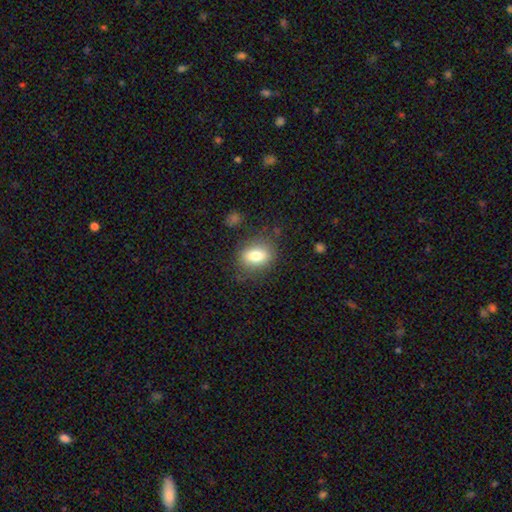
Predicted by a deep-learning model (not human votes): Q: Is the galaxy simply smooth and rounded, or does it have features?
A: smooth — 77%.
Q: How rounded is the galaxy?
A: in between — 68%.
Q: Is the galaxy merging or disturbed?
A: none — 79%.